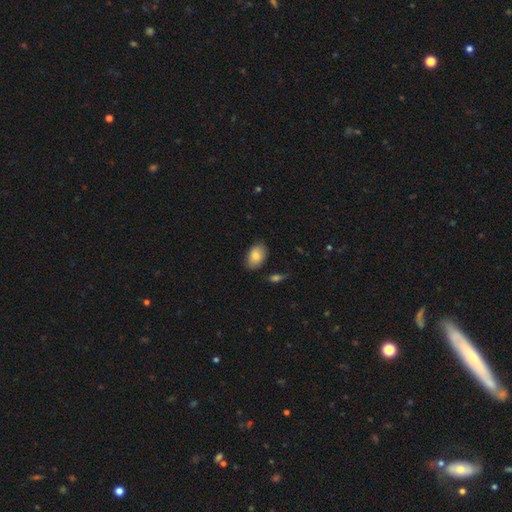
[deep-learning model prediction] Overall: smooth (83%). How rounded: in between (90%). Merging: none (82%).